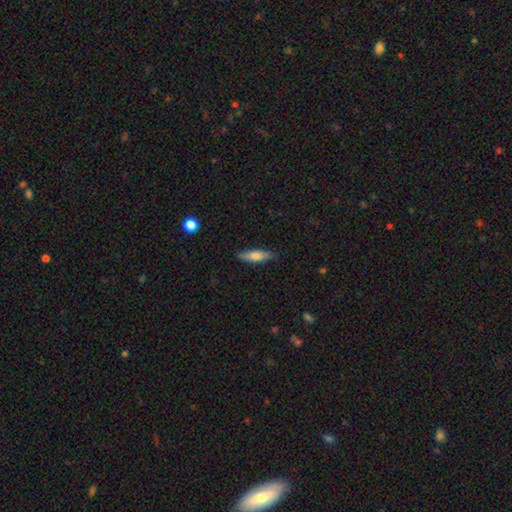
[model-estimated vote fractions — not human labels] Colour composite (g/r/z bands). It shows a smooth galaxy with no disk features (69%) that is cigar-shaped (61%). Merging: none (83%).